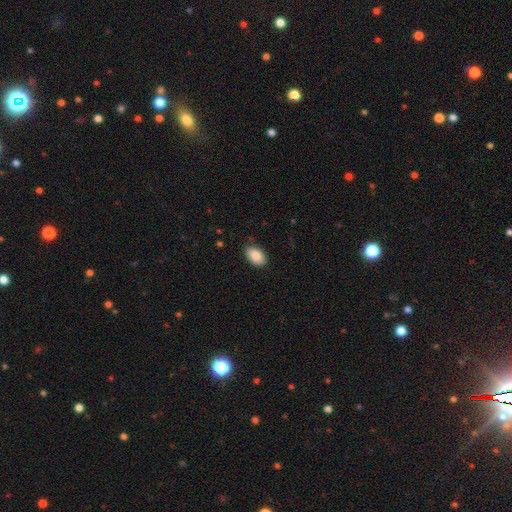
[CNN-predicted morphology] This is clearly a smooth galaxy (87%). How rounded: clearly in between (92%). Merging: clearly none (83%).